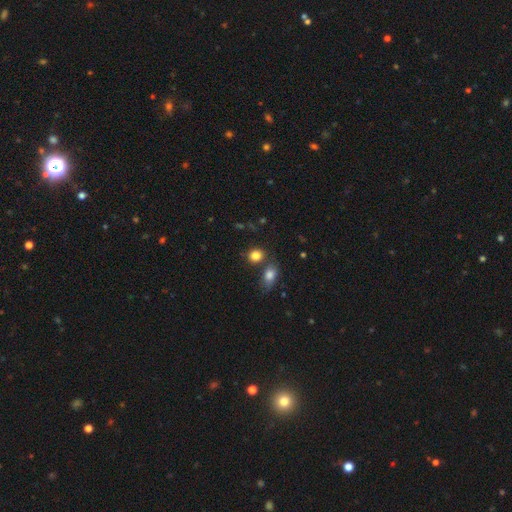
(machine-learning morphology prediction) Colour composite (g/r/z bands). It shows a smooth galaxy with no disk features (84%) that is round (61%). Merging: none (66%).